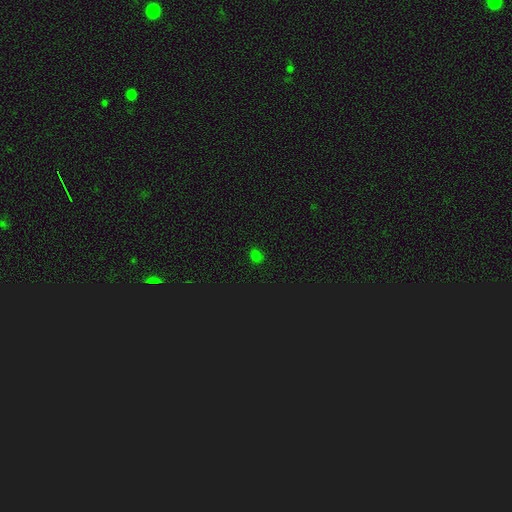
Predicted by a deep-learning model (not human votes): This appears to be a smooth galaxy with no disk features (71%) that is round (55%). Merging: none (87%).